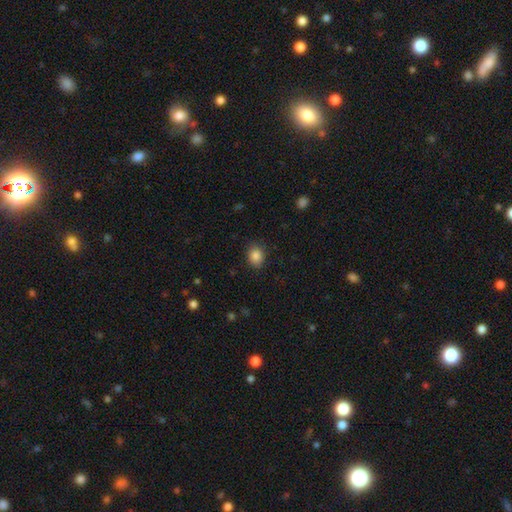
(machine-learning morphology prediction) smooth 87%, star or artifact 9%, featured or disk 4%. Down the decision tree: how rounded — round (50%); merging — none (86%).